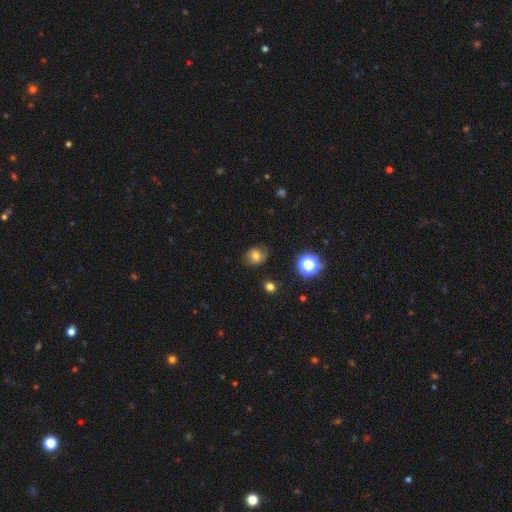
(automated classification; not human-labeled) A smooth galaxy with no disk features (73%) that is round (65%).

Vote fractions:
- Smooth or featured? smooth: 73% / star or artifact: 16% / featured or disk: 11%
- How rounded? round: 65% / in between: 34% / cigar-shaped: 1%
- Merging? none: 78% / minor disturbance: 16% / major disturbance: 4% / merger: 2%